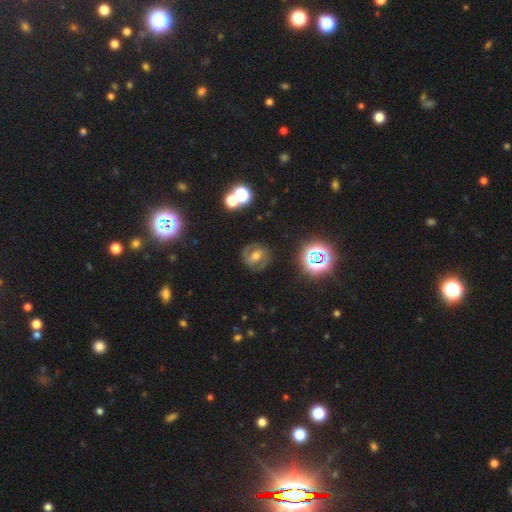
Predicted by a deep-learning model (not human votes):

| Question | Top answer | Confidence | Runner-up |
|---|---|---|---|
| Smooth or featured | featured or disk | 65% | smooth (20%) |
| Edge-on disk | no | 96% | yes (4%) |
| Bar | strong | 42% | weak (39%) |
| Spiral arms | yes | 81% | no (19%) |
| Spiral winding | medium | 47% | tight (37%) |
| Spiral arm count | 2 | 86% | can't tell (8%) |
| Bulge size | moderate | 64% | small (26%) |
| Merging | none | 82% | minor disturbance (11%) |